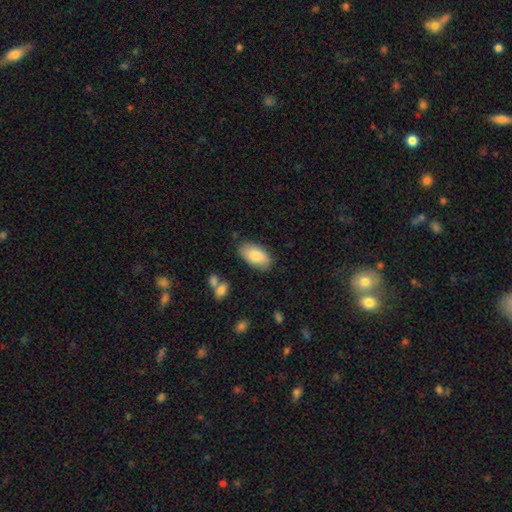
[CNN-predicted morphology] A smooth galaxy with no disk features (84%) that is in between round and cigar-shaped (94%).

Vote fractions:
- Smooth or featured? smooth: 84% / featured or disk: 10% / star or artifact: 6%
- How rounded? in between: 94% / cigar-shaped: 3% / round: 3%
- Merging? none: 81% / minor disturbance: 14% / major disturbance: 3% / merger: 2%